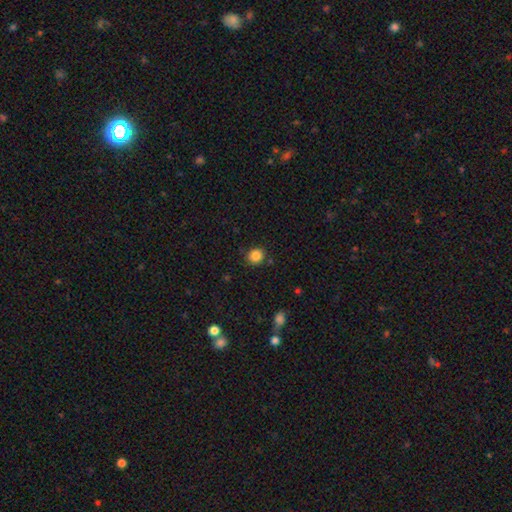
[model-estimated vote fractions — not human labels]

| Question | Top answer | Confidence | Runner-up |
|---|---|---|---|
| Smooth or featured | smooth | 85% | star or artifact (11%) |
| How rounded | round | 87% | in between (12%) |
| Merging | none | 87% | minor disturbance (8%) |